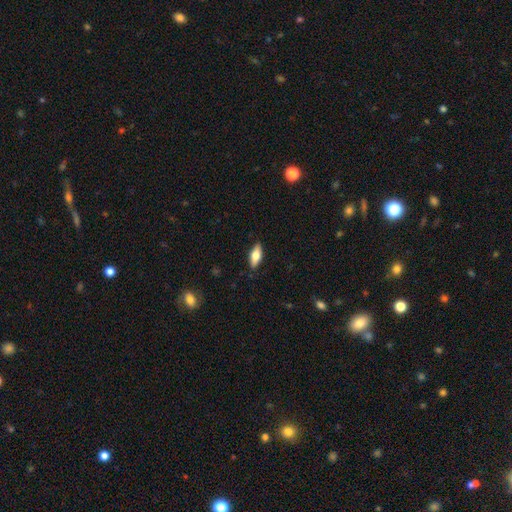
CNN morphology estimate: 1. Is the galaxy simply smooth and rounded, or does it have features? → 65% smooth, 29% featured or disk, 6% star or artifact.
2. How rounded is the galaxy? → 75% in between, 22% cigar-shaped, 3% round.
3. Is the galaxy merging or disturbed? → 88% none, 9% minor disturbance, 2% major disturbance, 1% merger.